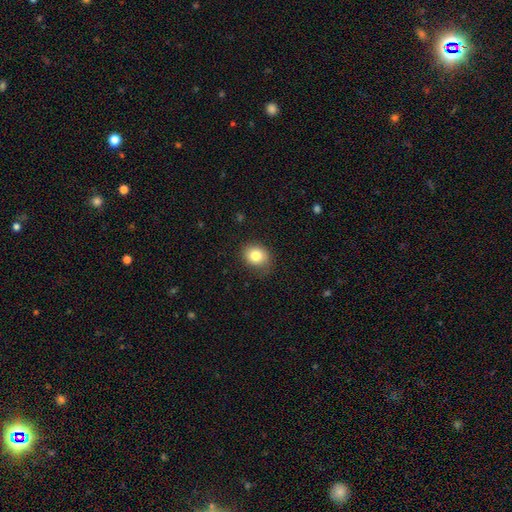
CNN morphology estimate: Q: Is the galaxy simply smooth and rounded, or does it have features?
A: smooth — 81%.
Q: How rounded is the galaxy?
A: round — 64%.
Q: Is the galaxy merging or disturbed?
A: none — 77%.